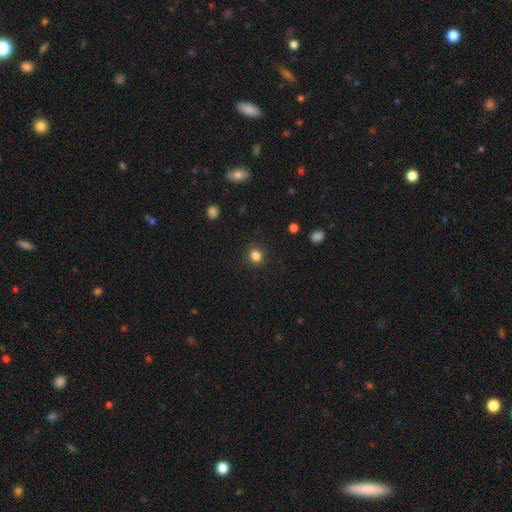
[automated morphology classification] Q: Smooth or featured?
A: smooth (83%); runner-up: star or artifact (12%)
Q: How rounded?
A: round (78%); runner-up: in between (21%)
Q: Merging?
A: none (88%); runner-up: minor disturbance (8%)